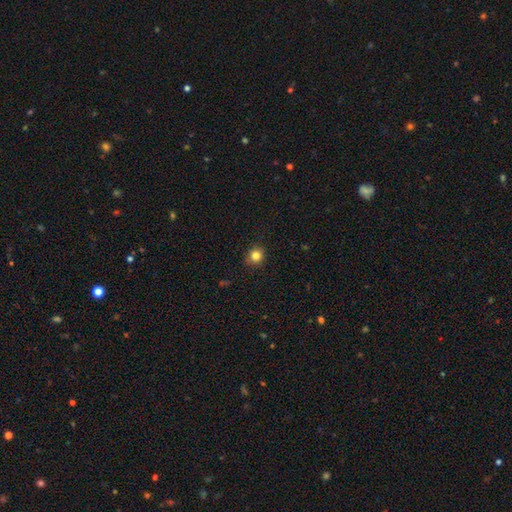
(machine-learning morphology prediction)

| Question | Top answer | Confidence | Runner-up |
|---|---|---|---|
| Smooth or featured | smooth | 82% | star or artifact (12%) |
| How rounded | round | 85% | in between (14%) |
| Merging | none | 87% | minor disturbance (10%) |